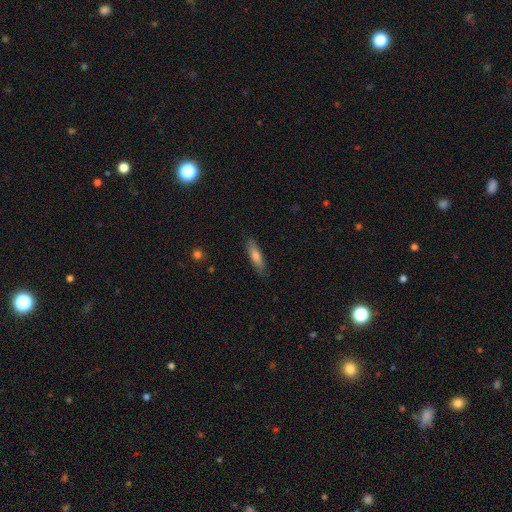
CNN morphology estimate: Smooth or featured?
  - smooth: 72% *
  - featured or disk: 21%
  - star or artifact: 7%
How rounded?
  - cigar-shaped: 66% *
  - in between: 32%
  - round: 2%
Merging?
  - none: 85% *
  - minor disturbance: 12%
  - major disturbance: 2%
  - merger: 1%